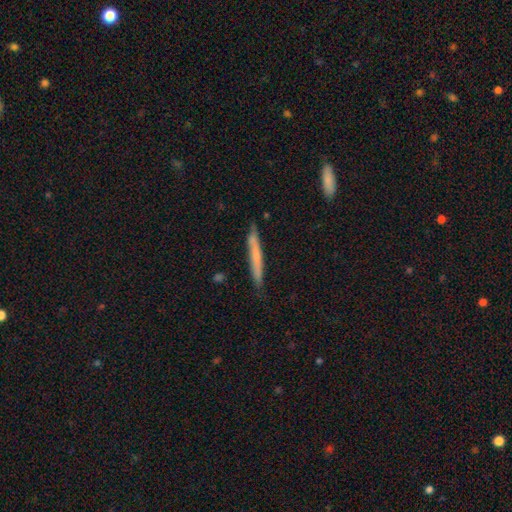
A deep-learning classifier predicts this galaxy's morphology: This appears to be a smooth galaxy with no disk features (58%) that is cigar-shaped (96%). Merging: none (83%).